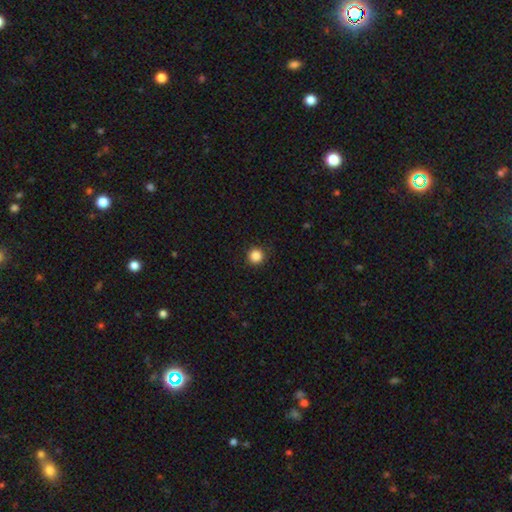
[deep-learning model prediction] Smooth or featured?
  - smooth: 86% *
  - star or artifact: 11%
  - featured or disk: 3%
How rounded?
  - round: 95% *
  - in between: 4%
  - cigar-shaped: 1%
Merging?
  - none: 92% *
  - minor disturbance: 5%
  - major disturbance: 2%
  - merger: 1%